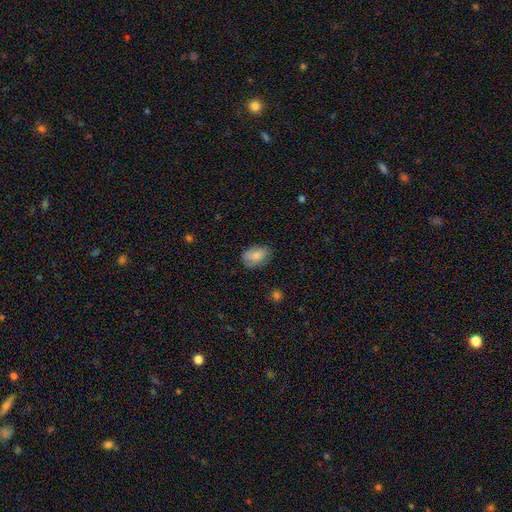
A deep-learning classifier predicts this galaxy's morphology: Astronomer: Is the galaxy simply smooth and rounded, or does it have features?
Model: smooth — 80%.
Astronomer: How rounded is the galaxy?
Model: in between — 86%.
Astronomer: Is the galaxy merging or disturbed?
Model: none — 73%.